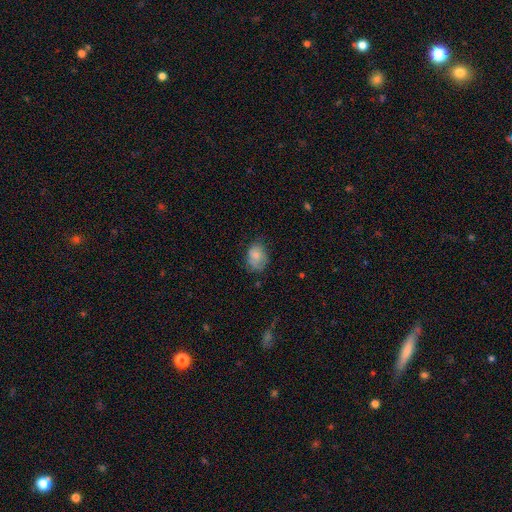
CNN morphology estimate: smooth 79%, featured or disk 13%, star or artifact 8%. Down the decision tree: how rounded — in between (70%); merging — none (58%).